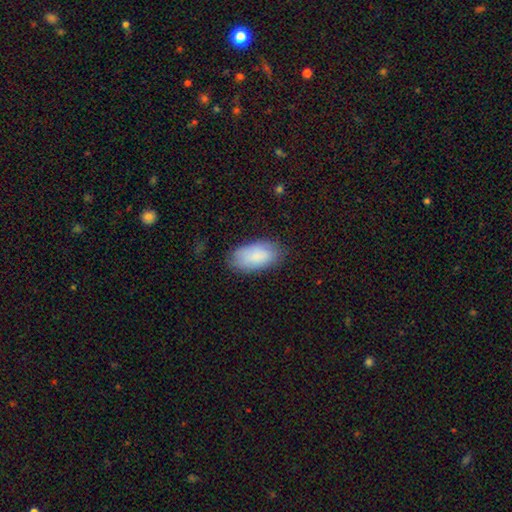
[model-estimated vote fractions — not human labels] Smooth or featured: smooth — 86% (featured or disk — 8%)
How rounded: in between — 95% (round — 3%)
Merging: none — 79% (minor disturbance — 16%)